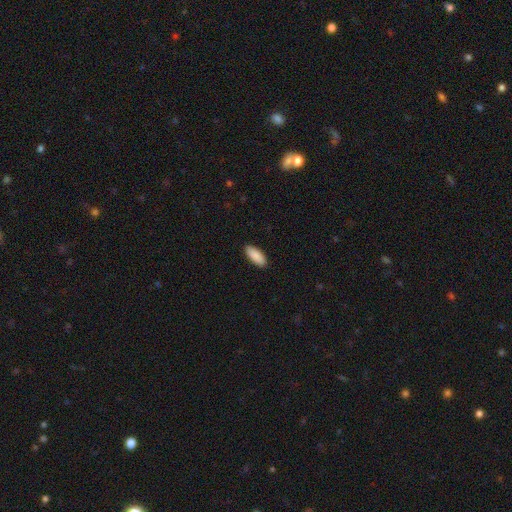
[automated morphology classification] Smooth or featured?
  - smooth: 91% *
  - star or artifact: 6%
  - featured or disk: 4%
How rounded?
  - in between: 81% *
  - cigar-shaped: 17%
  - round: 2%
Merging?
  - none: 90% *
  - minor disturbance: 8%
  - major disturbance: 2%
  - merger: 1%